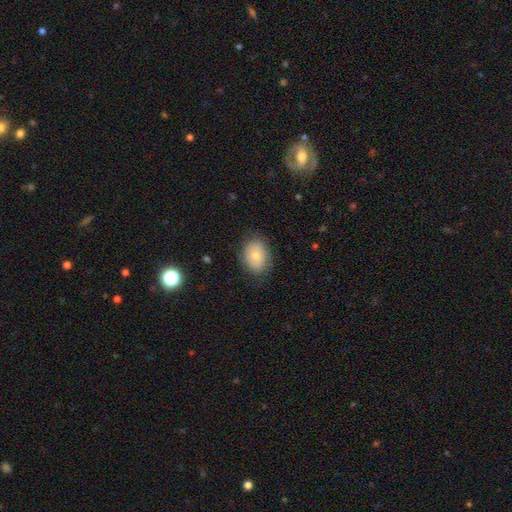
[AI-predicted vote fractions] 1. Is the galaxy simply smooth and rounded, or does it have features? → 69% smooth, 23% featured or disk, 8% star or artifact.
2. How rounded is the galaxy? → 65% in between, 34% round, 1% cigar-shaped.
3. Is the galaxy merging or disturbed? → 79% none, 16% minor disturbance, 4% major disturbance, 1% merger.